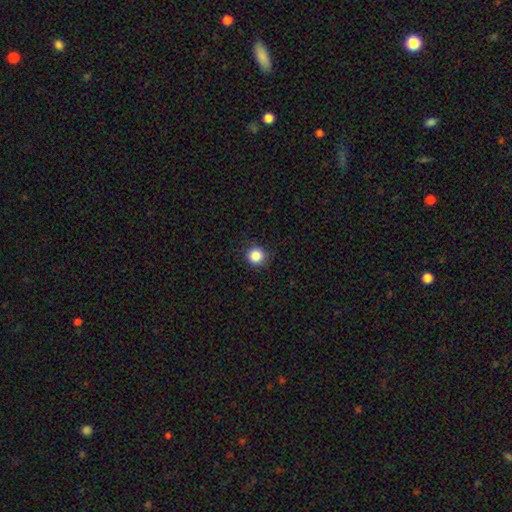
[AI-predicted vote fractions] Smooth or featured? smooth (86%)
How rounded? round (94%)
Merging? none (89%)